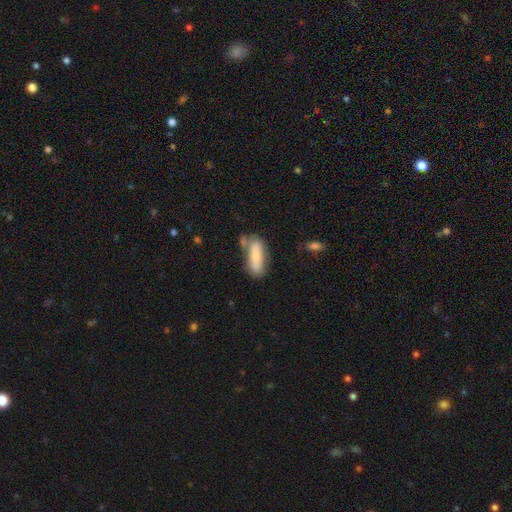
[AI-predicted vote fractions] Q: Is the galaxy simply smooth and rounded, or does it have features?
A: smooth — 74%.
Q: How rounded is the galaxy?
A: in between — 60%.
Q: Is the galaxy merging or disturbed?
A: none — 54%.